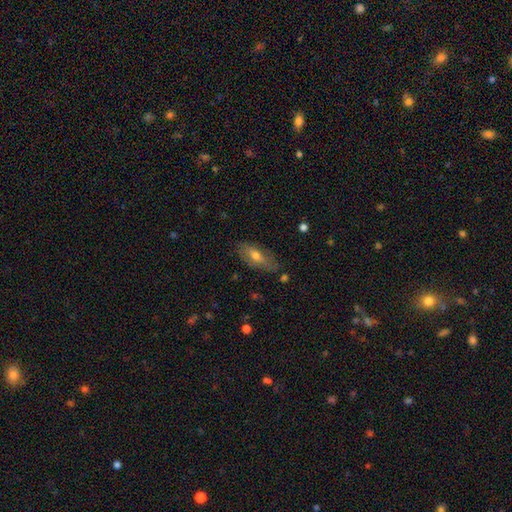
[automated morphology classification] Q: Smooth or featured?
A: smooth (56%); runner-up: featured or disk (37%)
Q: How rounded?
A: in between (69%); runner-up: cigar-shaped (27%)
Q: Merging?
A: none (75%); runner-up: minor disturbance (19%)